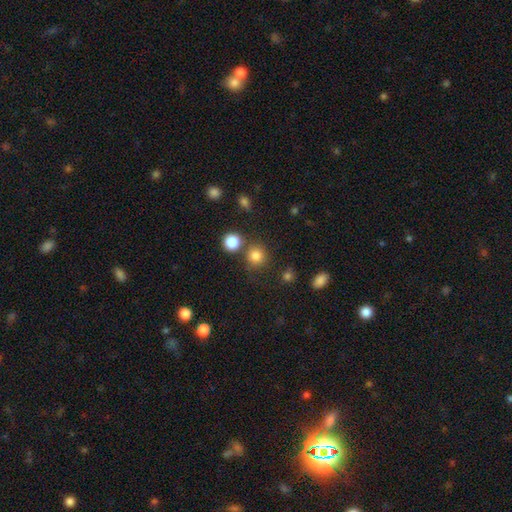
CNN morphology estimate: A smooth galaxy with no disk features (81%) that is round (91%). Merging: none (75%).